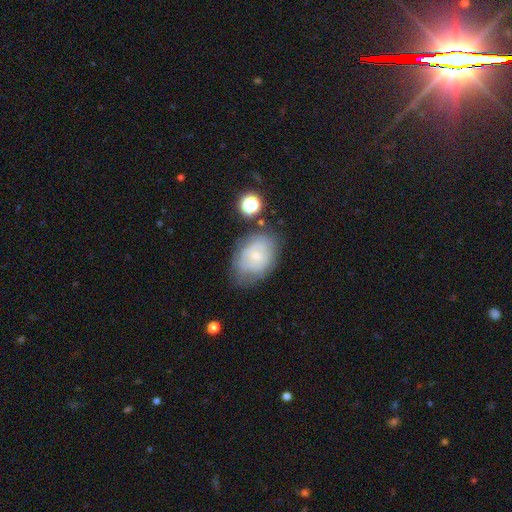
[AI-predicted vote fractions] A smooth galaxy with no disk features (46%).

Vote fractions:
- Smooth or featured? smooth: 46% / featured or disk: 44% / star or artifact: 10%
- Merging? none: 59% / minor disturbance: 26% / major disturbance: 11% / merger: 4%